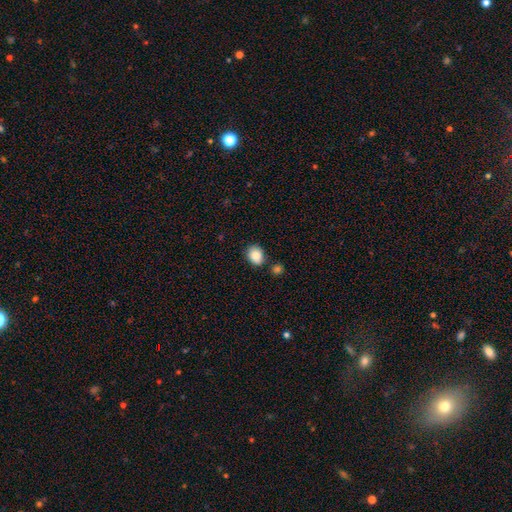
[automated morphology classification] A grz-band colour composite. It shows a smooth galaxy with no disk features (87%) that is in between round and cigar-shaped (55%). Merging: none (75%).